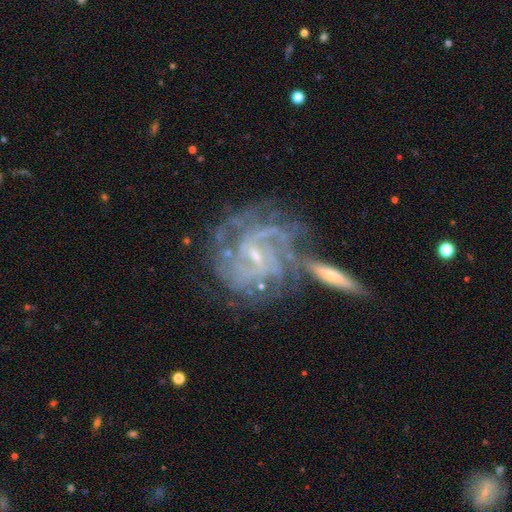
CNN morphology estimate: The model was most divided on "spiral arm count": can't tell: 31%, 3: 21%, 2: 19%, 4: 17%, more than 4: 7%, 1: 6%. Remaining: edge-on disk — no (96%); spiral arms — yes (95%); smooth or featured — featured or disk (88%); bulge size — small (77%); spiral winding — tight (62%); merging — none (53%); bar — weak (49%).